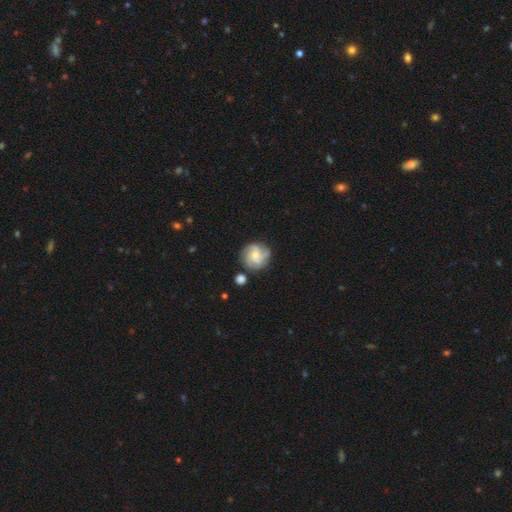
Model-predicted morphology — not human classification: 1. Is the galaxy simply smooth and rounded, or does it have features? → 73% featured or disk, 21% smooth, 7% star or artifact.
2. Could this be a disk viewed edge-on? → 98% no, 2% yes.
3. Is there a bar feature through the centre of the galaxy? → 66% no, 30% weak, 5% strong.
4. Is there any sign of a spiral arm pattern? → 95% yes, 5% no.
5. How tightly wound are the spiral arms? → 48% tight, 40% medium, 12% loose.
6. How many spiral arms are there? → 47% 3, 19% 4, 15% can't tell, 11% 2, 4% more than 4, 4% 1.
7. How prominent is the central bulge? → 52% small, 41% moderate, 4% none, 3% large, 1% dominant.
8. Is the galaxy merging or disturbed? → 76% none, 15% minor disturbance, 5% major disturbance, 4% merger.